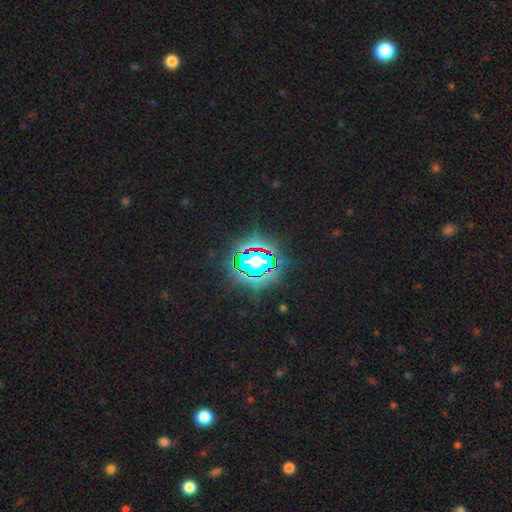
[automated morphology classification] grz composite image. It shows a star or artifact, not a galaxy (72%).